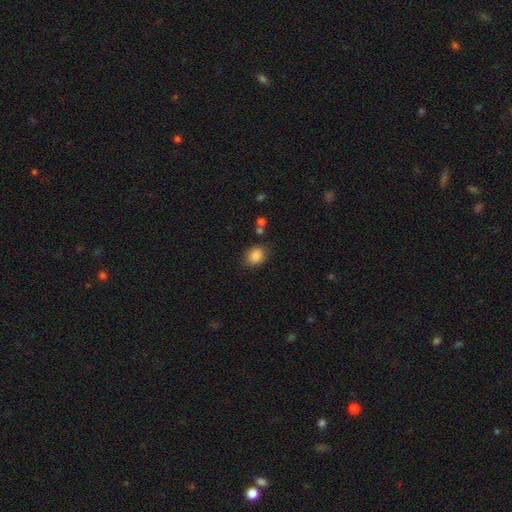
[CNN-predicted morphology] A smooth galaxy with no disk features (87%) that is in between round and cigar-shaped (60%).

Vote fractions:
- Smooth or featured? smooth: 87% / star or artifact: 9% / featured or disk: 4%
- How rounded? in between: 60% / round: 39% / cigar-shaped: 1%
- Merging? none: 78% / minor disturbance: 14% / major disturbance: 4% / merger: 4%